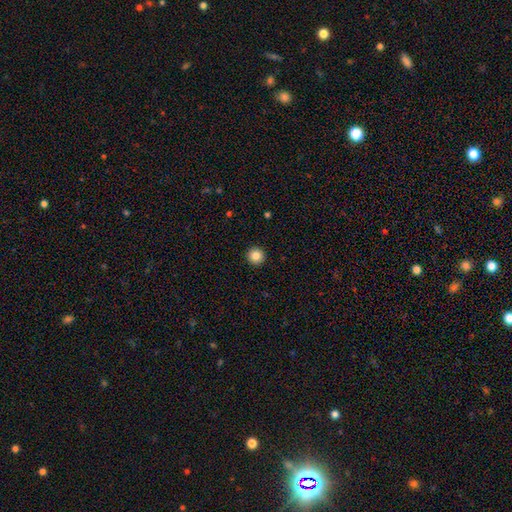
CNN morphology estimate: Smooth or featured? smooth (85%)
How rounded? round (96%)
Merging? none (94%)